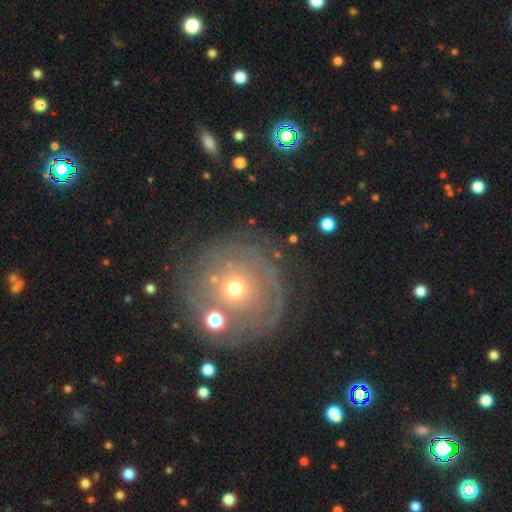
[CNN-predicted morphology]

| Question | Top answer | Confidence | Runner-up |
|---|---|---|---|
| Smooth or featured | featured or disk | 55% | smooth (28%) |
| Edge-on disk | no | 95% | yes (5%) |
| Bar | no | 85% | weak (11%) |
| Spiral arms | yes | 60% | no (40%) |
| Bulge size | small | 49% | moderate (45%) |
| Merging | none | 75% | minor disturbance (12%) |